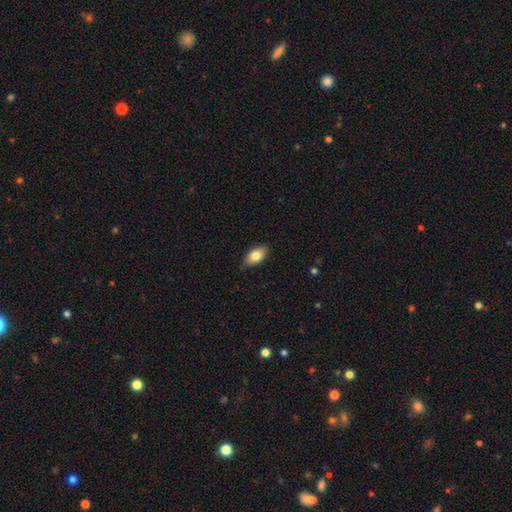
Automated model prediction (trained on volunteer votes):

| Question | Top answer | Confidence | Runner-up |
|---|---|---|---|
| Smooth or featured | smooth | 79% | featured or disk (14%) |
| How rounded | in between | 91% | round (5%) |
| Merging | none | 82% | minor disturbance (15%) |